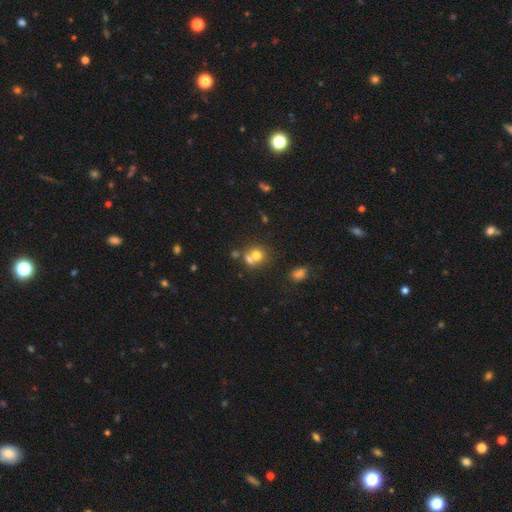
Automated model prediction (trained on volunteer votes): A smooth galaxy with no disk features (68%) that is round (80%). Merging: merger (46%).